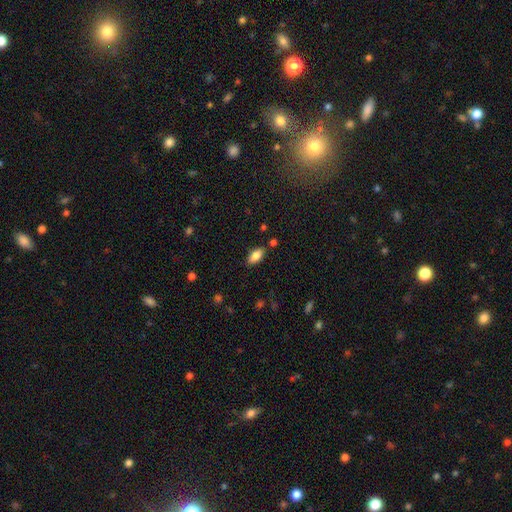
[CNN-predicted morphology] This is clearly a smooth galaxy (83%). How rounded: clearly in between (89%). Merging: clearly none (84%).